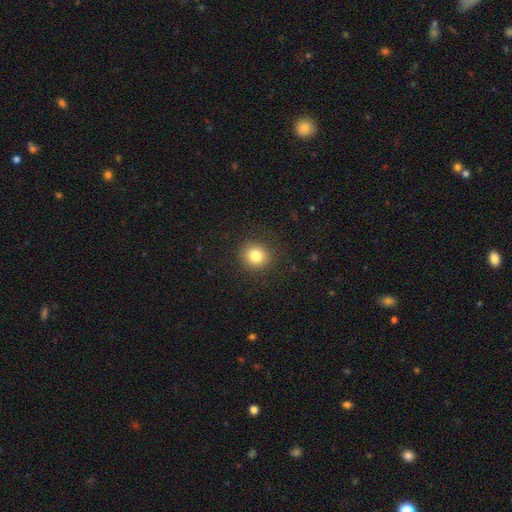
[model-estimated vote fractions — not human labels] The model was most divided on "smooth or featured": smooth: 82%, star or artifact: 11%, featured or disk: 7%. More confident: how rounded — round (90%); merging — none (90%).